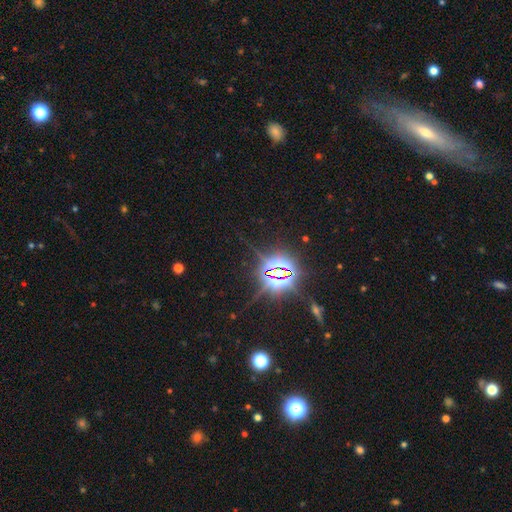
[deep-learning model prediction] Q: Smooth or featured?
A: star or artifact (69%); runner-up: smooth (19%)